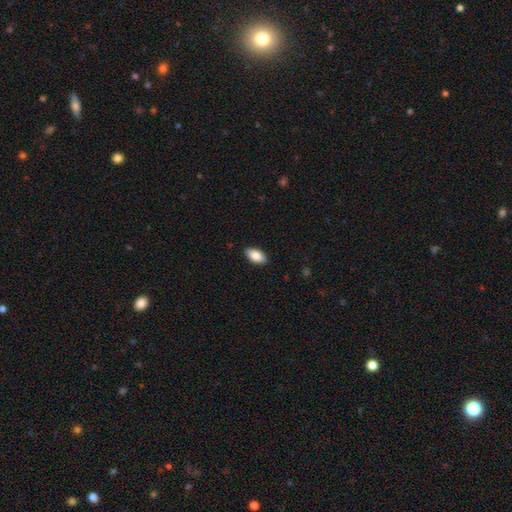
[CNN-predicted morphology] This is clearly a smooth galaxy (85%). How rounded: clearly in between (92%). Merging: clearly none (89%).